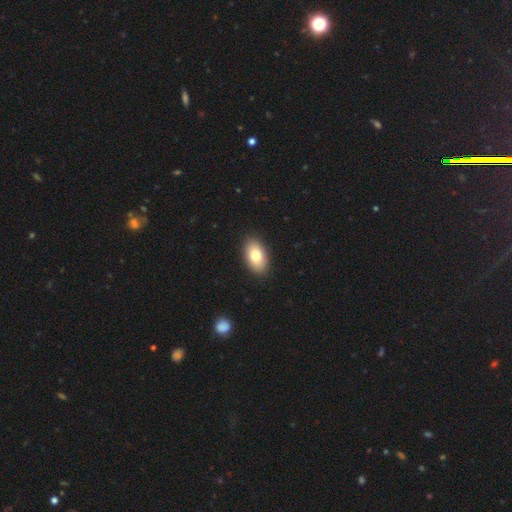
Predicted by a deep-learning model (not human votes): smooth 78%, featured or disk 15%, star or artifact 7%. Down the decision tree: how rounded — in between (93%); merging — none (90%).